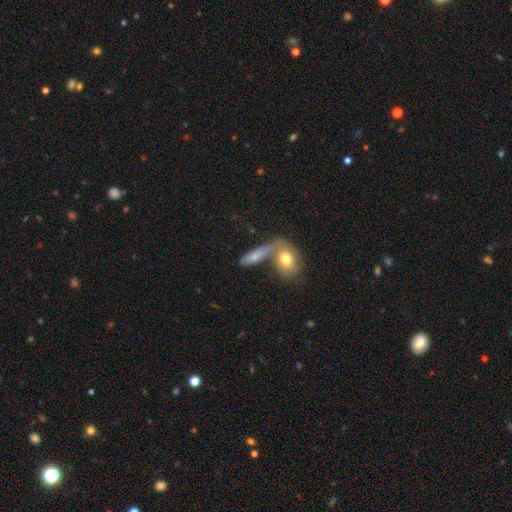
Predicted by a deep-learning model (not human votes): Morphology: type=smooth (68%); roundness=in between (59%); merging=merger (44%).